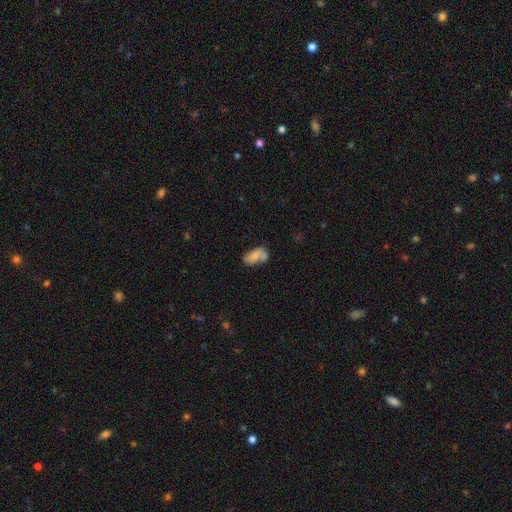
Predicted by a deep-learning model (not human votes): Smooth or featured? Predicted: smooth (p=0.68). How rounded? Predicted: in between (p=0.91). Merging? Predicted: none (p=0.37).